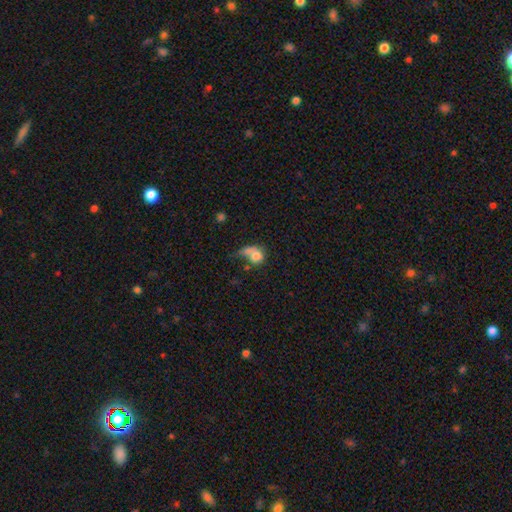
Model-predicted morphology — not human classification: smooth 69%, featured or disk 21%, star or artifact 9%. Down the decision tree: how rounded — round (63%); merging — merger (30%).